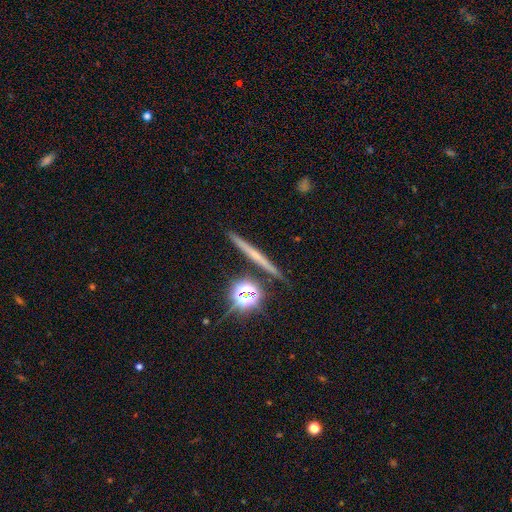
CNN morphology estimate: Overall: featured or disk (42%; smooth 36%). Merging: none (87%).